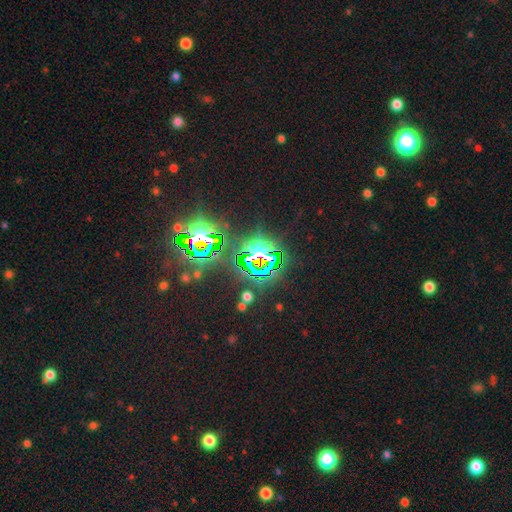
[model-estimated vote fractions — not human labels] A star or artifact, not a galaxy (79%).

Vote fractions:
- Smooth or featured? star or artifact: 79% / smooth: 12% / featured or disk: 9%